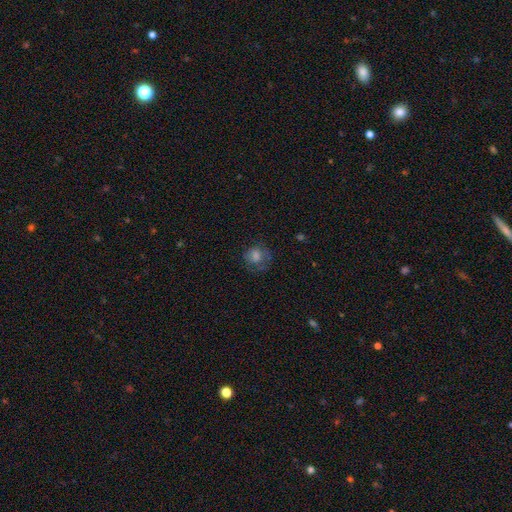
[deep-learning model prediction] A smooth galaxy with no disk features (60%) that is round (81%). Merging: none (64%).